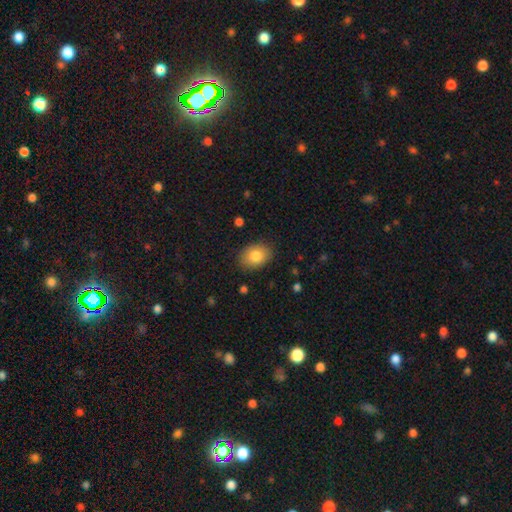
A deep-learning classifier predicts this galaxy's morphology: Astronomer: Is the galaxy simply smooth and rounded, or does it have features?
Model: smooth — 83%.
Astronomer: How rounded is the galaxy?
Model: in between — 75%.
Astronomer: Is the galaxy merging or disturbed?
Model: none — 86%.